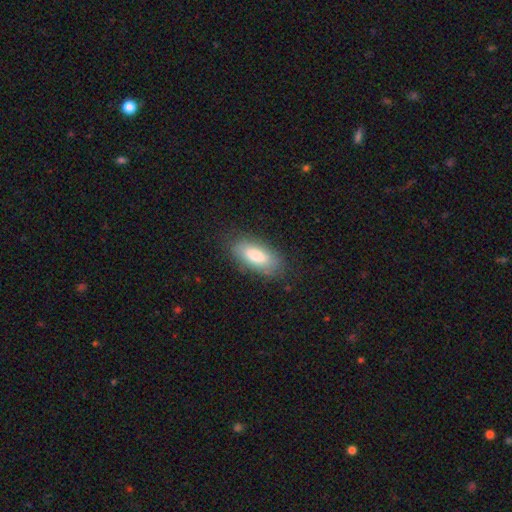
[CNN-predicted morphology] Smooth or featured?
  - smooth: 80% *
  - featured or disk: 14%
  - star or artifact: 6%
How rounded?
  - in between: 86% *
  - cigar-shaped: 12%
  - round: 2%
Merging?
  - none: 81% *
  - minor disturbance: 14%
  - major disturbance: 4%
  - merger: 1%